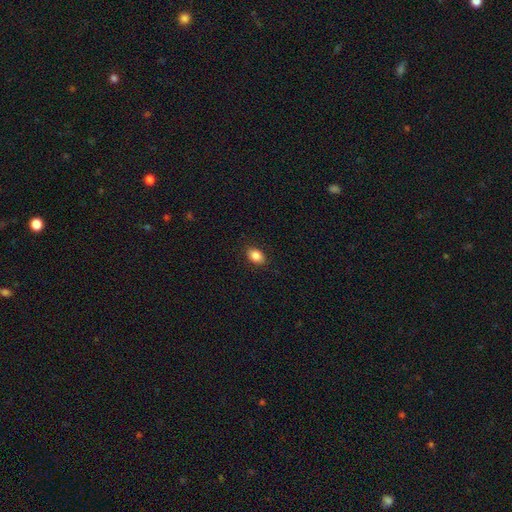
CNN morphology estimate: Overall: smooth (86%). How rounded: in between (77%). Merging: none (88%).